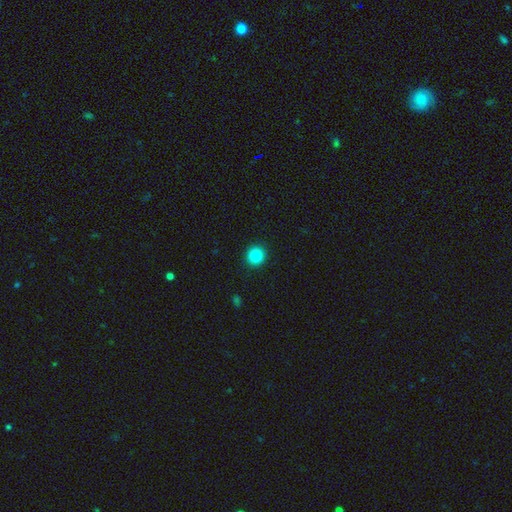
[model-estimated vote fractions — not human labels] Smooth or featured? smooth (85%)
How rounded? round (92%)
Merging? none (92%)